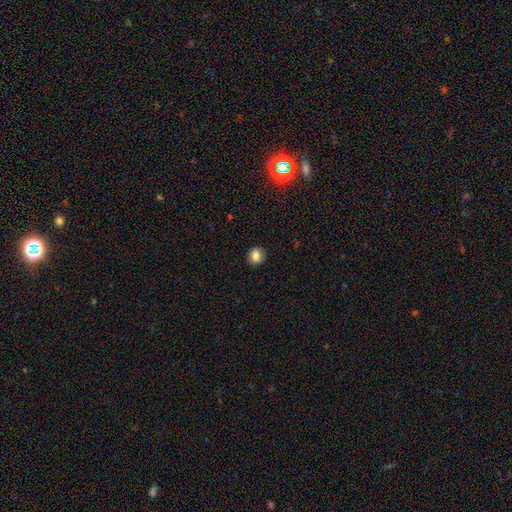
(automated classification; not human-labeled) This appears to be a smooth galaxy with no disk features (80%) that is round (71%). Merging: none (85%).